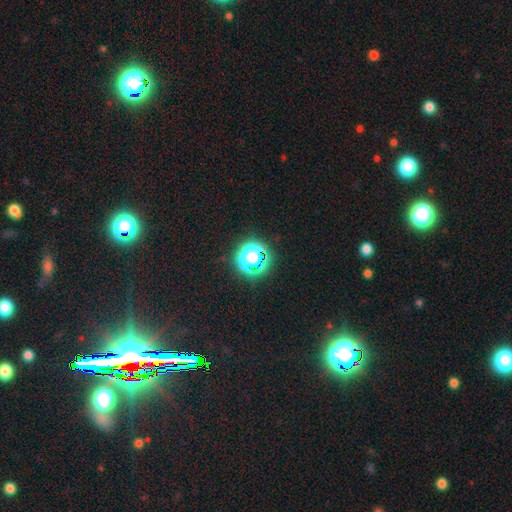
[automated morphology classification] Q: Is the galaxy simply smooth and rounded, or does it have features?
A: smooth — 48%.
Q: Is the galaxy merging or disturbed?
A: none — 76%.